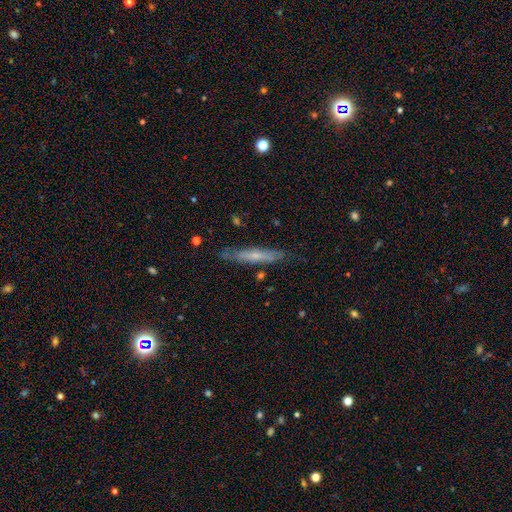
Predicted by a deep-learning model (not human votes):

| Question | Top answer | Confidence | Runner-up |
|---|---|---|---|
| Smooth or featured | featured or disk | 50% | smooth (44%) |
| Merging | none | 80% | minor disturbance (15%) |